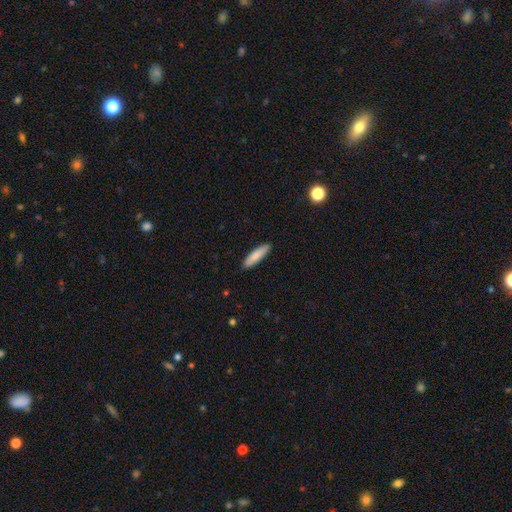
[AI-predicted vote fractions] Overall: smooth (84%). How rounded: cigar-shaped (75%). Merging: none (90%).